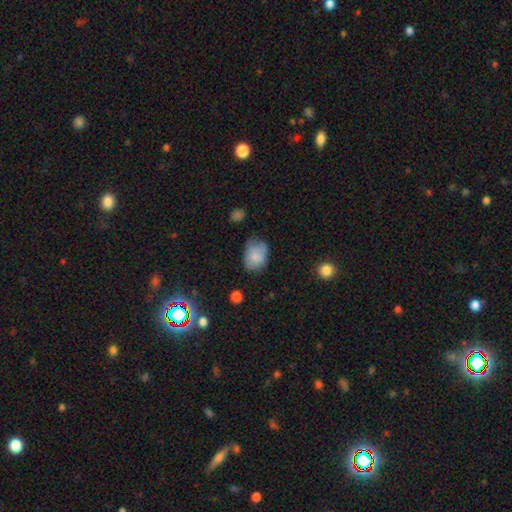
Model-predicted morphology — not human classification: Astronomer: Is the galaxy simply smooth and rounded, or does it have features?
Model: smooth — 77%.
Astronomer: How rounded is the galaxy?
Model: in between — 69%.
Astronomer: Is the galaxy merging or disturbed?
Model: none — 50% (runner-up: minor disturbance, 34%).